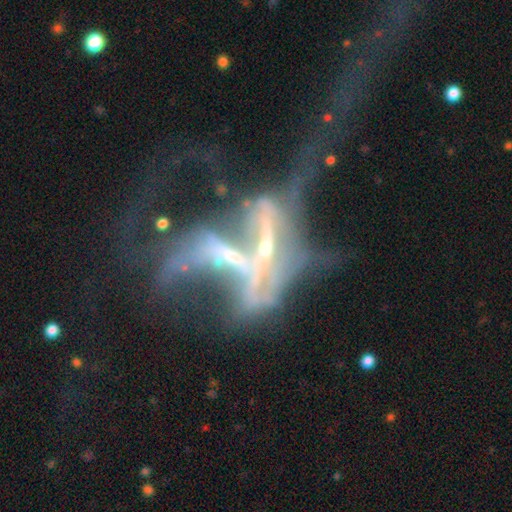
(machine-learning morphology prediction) This appears to be a featured or disk galaxy (72%) with no bar (54%), no spiral arms (67%) and a small central bulge (38%). Merging: merger (53%).